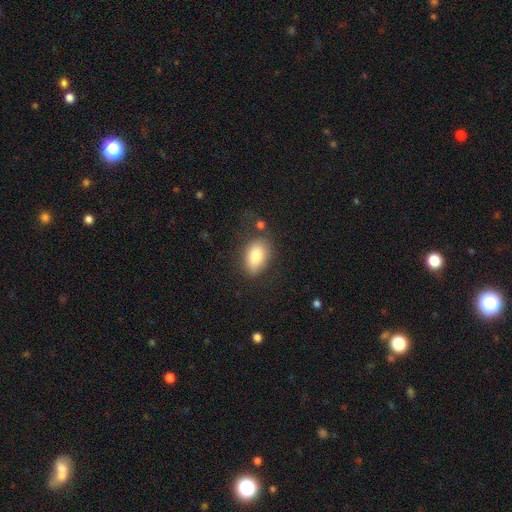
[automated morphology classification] This is clearly a smooth galaxy (81%). How rounded: clearly in between (89%). Merging: likely none (71%).